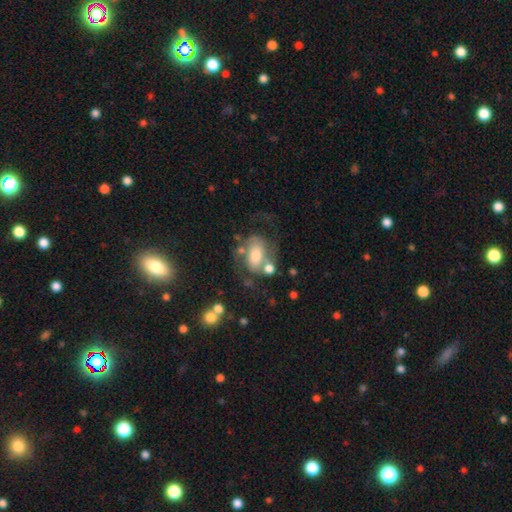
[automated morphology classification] Smooth or featured? featured or disk (54%)
Edge-on disk? no (95%)
Bar? no (52%)
Spiral arms? yes (73%)
Bulge size? moderate (59%)
Merging? none (46%)